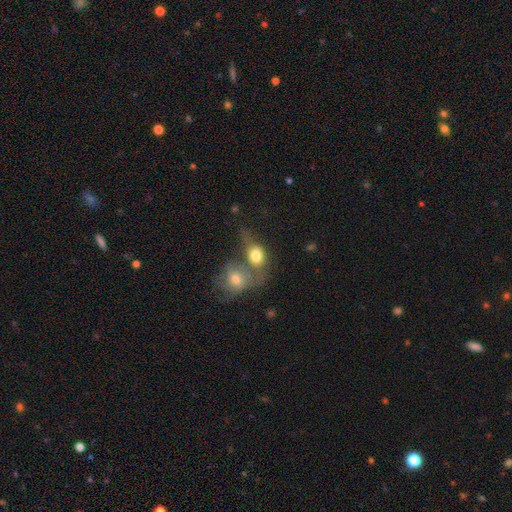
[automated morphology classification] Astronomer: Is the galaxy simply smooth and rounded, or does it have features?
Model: smooth — 72%.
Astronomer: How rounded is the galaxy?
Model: in between — 58% (runner-up: round, 40%).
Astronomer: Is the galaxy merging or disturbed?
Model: merger — 63%.